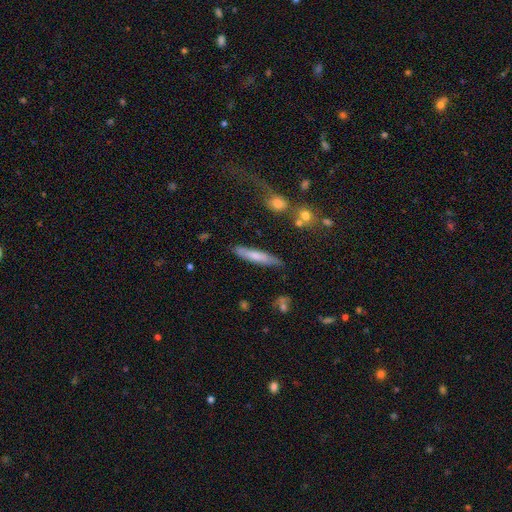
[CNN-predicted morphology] type=smooth (65%); roundness=cigar-shaped (88%); merging=none (80%).